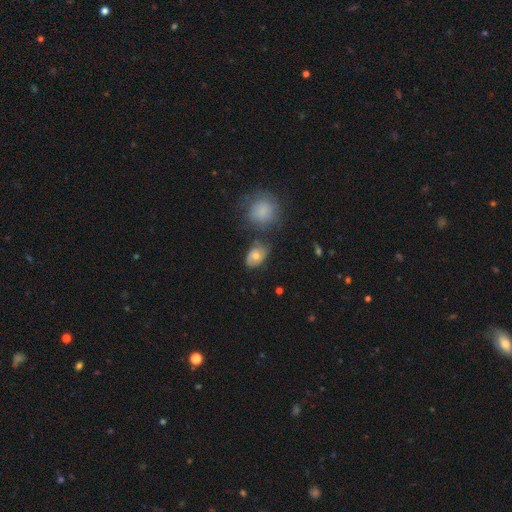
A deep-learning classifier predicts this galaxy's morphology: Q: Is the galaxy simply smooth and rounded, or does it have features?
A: smooth — 56%.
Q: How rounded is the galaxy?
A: in between — 73%.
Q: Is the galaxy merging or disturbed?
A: none — 59%.